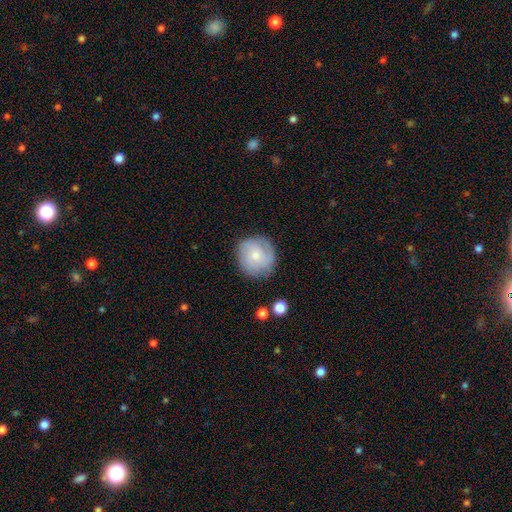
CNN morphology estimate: smooth 51%, featured or disk 42%, star or artifact 7%. Down the decision tree: how rounded — round (92%); merging — none (80%).